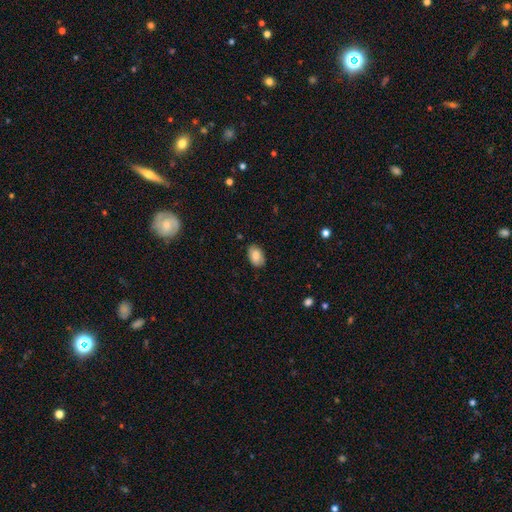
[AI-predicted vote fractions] smooth 86%, star or artifact 7%, featured or disk 7%. Down the decision tree: how rounded — in between (90%); merging — none (83%).